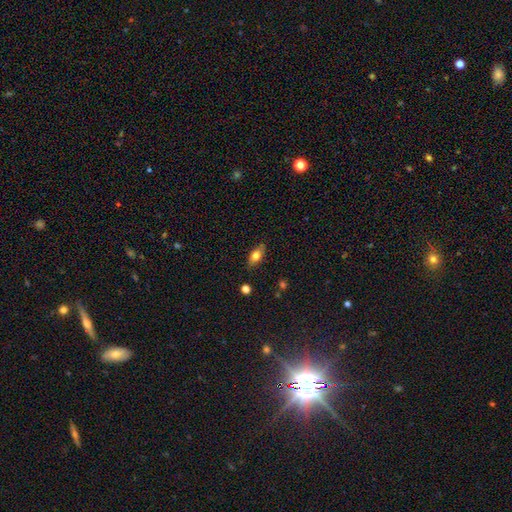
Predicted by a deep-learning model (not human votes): Smooth or featured? smooth (73%)
How rounded? in between (83%)
Merging? none (83%)